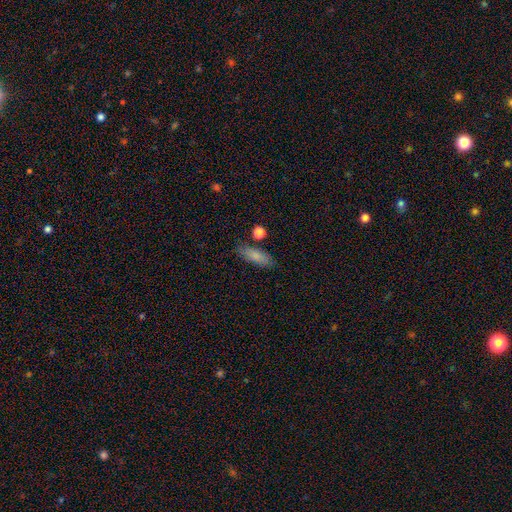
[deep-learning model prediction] This appears to be a smooth galaxy with no disk features (81%) that is in between round and cigar-shaped (65%). Merging: none (77%).